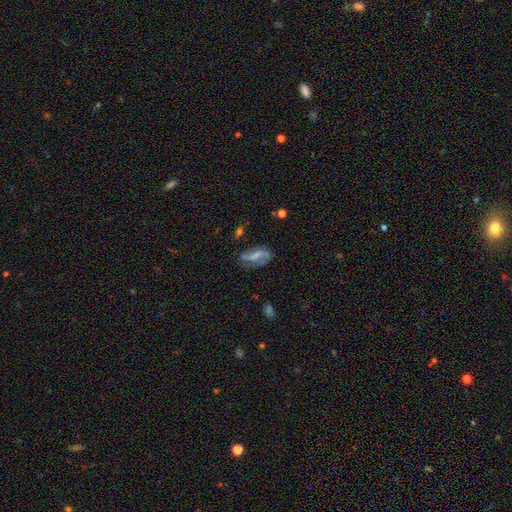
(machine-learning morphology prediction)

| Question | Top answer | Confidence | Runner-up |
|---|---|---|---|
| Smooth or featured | featured or disk | 66% | smooth (25%) |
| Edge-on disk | no | 93% | yes (7%) |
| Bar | weak | 39% | strong (32%) |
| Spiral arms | yes | 85% | no (15%) |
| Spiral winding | loose | 49% | medium (35%) |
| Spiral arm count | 2 | 76% | can't tell (10%) |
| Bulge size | small | 39% | none (30%) |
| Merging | none | 57% | minor disturbance (23%) |